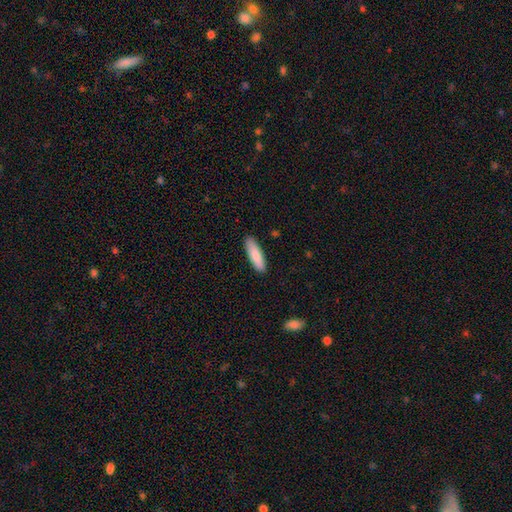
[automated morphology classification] smooth_or_featured: smooth (p=0.86) [alt: featured or disk p=0.09]
how_rounded: cigar-shaped (p=0.62) [alt: in between p=0.37]
merging: none (p=0.89) [alt: minor disturbance p=0.09]